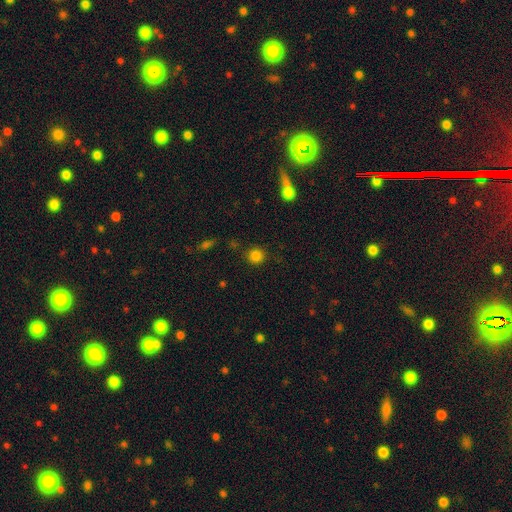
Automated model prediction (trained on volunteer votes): Smooth or featured? smooth (83%)
How rounded? round (91%)
Merging? none (86%)